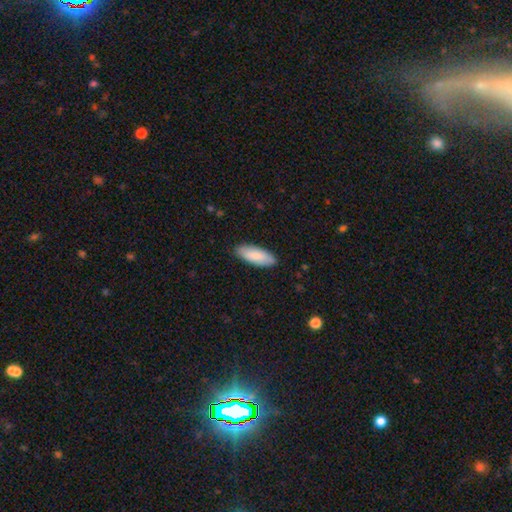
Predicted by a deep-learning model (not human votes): Smooth or featured? smooth (83%)
How rounded? in between (75%)
Merging? none (88%)